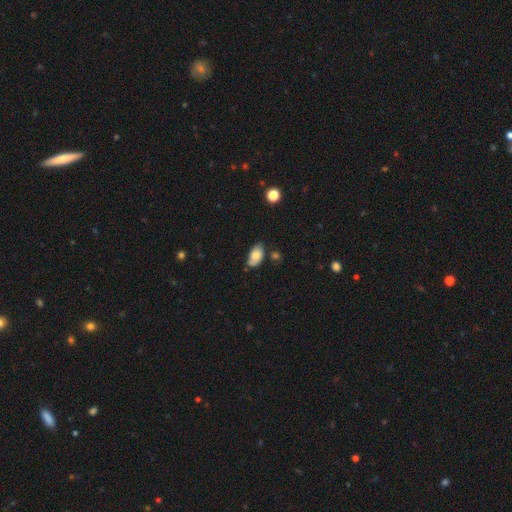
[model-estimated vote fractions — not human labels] Smooth or featured? smooth (75%)
How rounded? in between (94%)
Merging? none (63%)